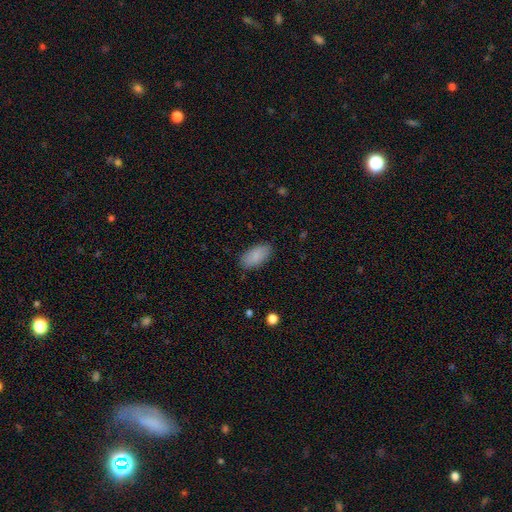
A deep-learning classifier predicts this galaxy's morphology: Overall: smooth (86%). How rounded: in between (93%). Merging: none (86%).